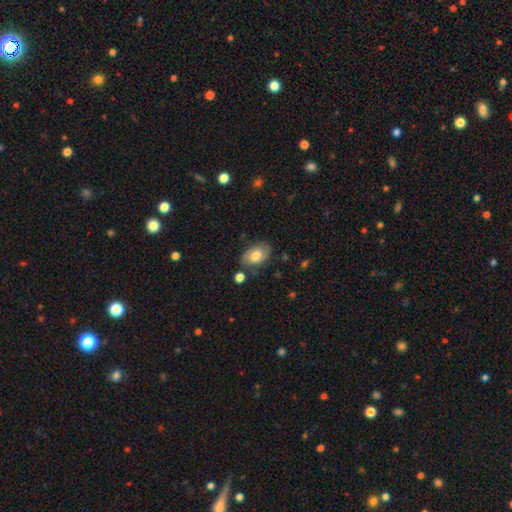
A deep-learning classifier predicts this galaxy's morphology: A smooth galaxy with no disk features (63%) that is in between round and cigar-shaped (88%). Merging: none (72%).